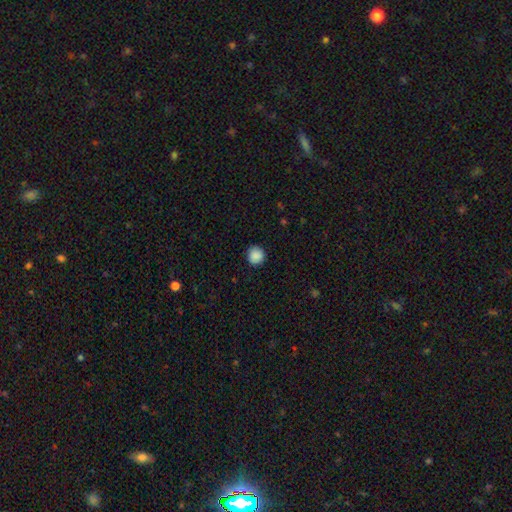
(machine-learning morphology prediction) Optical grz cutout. It shows a smooth galaxy with no disk features (89%) that is round (93%). Merging: none (90%).